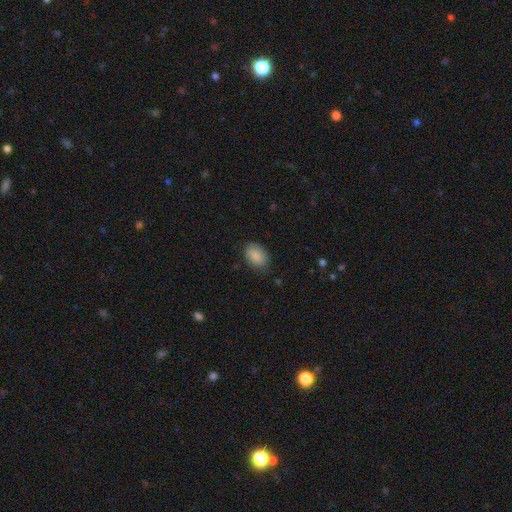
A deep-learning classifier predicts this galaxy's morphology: Smooth or featured? Predicted: smooth (p=0.88). How rounded? Predicted: in between (p=0.87). Merging? Predicted: none (p=0.79).